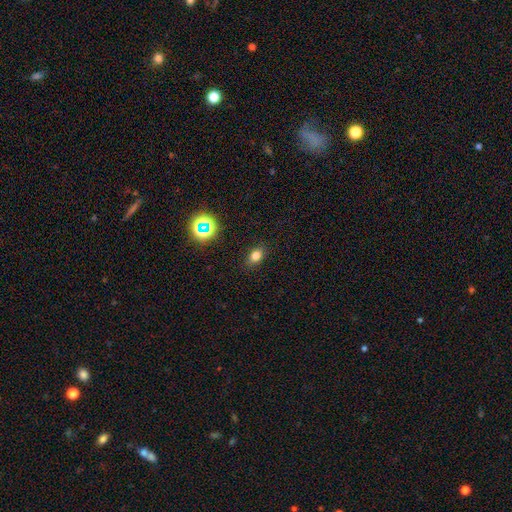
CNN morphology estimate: A smooth galaxy with no disk features (76%) that is in between round and cigar-shaped (77%). Merging: none (86%).